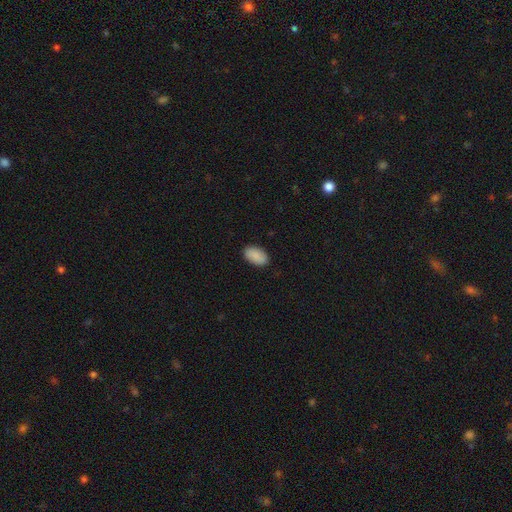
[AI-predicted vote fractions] A smooth galaxy with no disk features (90%) that is in between round and cigar-shaped (93%).

Vote fractions:
- Smooth or featured? smooth: 90% / star or artifact: 6% / featured or disk: 4%
- How rounded? in between: 93% / round: 5% / cigar-shaped: 1%
- Merging? none: 89% / minor disturbance: 8% / major disturbance: 2% / merger: 1%